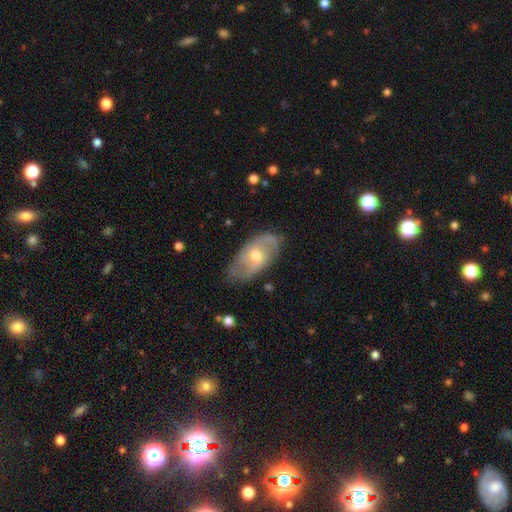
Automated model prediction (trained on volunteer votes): Overall: featured or disk (69%). Edge-on disk: no (91%). Bar: no (54%; weak 39%). Spiral arms: yes (82%). Spiral arm count: 2 (67%). Spiral winding: medium (45%; tight 29%). Bulge size: moderate (66%; small 28%). Merging: none (73%).